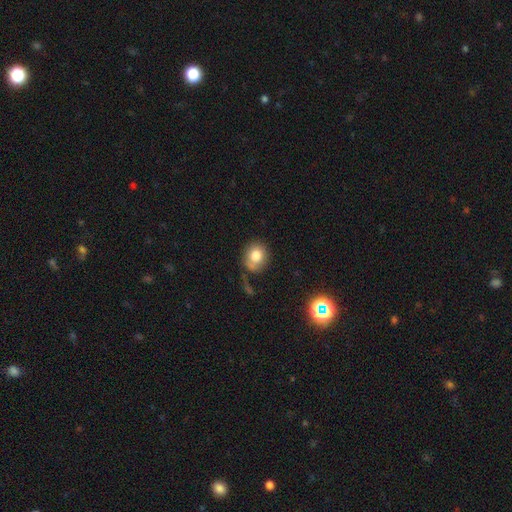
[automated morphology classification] Overall: smooth (79%). How rounded: round (75%). Merging: none (62%).